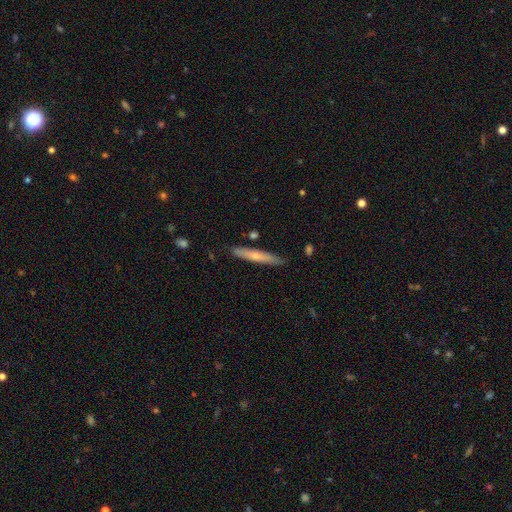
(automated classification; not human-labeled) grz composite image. It shows a smooth galaxy with no disk features (56%) that is cigar-shaped (93%). Merging: none (85%).